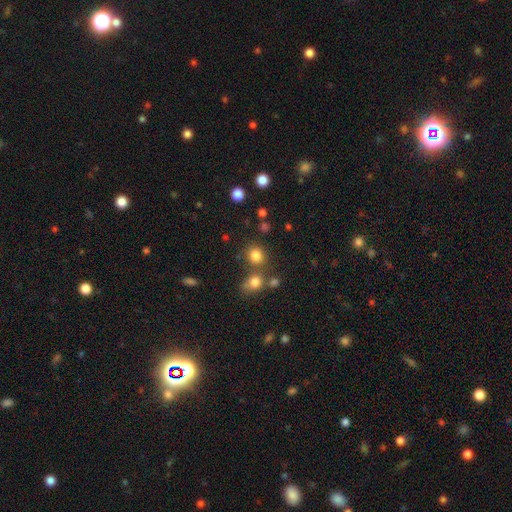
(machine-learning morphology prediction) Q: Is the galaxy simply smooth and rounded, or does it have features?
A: smooth — 80%.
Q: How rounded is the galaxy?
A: round — 82%.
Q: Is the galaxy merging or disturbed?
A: none — 70%.